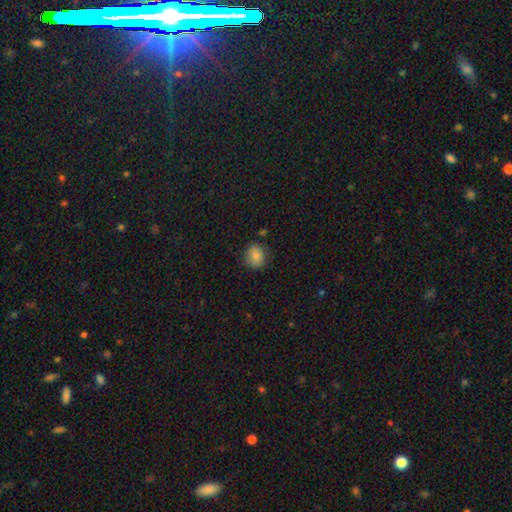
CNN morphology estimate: Smooth or featured? Predicted: smooth (p=0.84). How rounded? Predicted: round (p=0.69). Merging? Predicted: none (p=0.79).